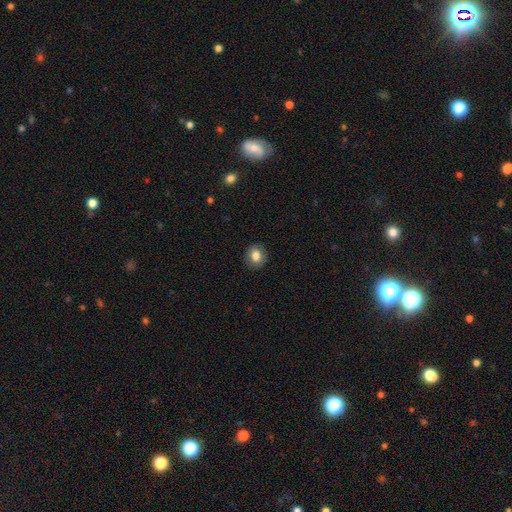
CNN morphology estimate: smooth-or-featured: smooth: 80% | featured or disk: 11% | star or artifact: 9%
  how-rounded: round: 69% | in between: 30% | cigar-shaped: 1%
  merging: none: 88% | minor disturbance: 9% | major disturbance: 2% | merger: 1%